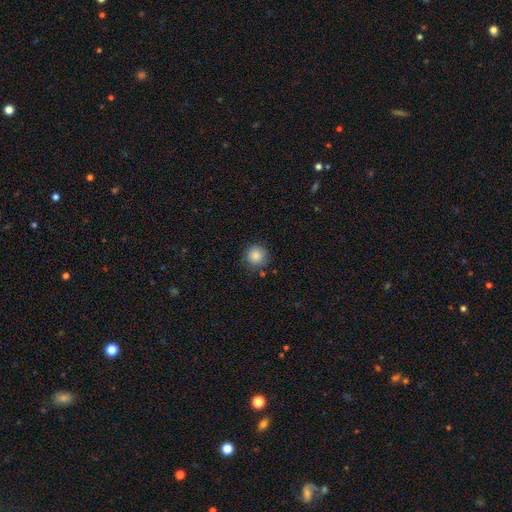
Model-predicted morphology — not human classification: smooth 86%, star or artifact 9%, featured or disk 4%. Down the decision tree: how rounded — round (94%); merging — none (83%).